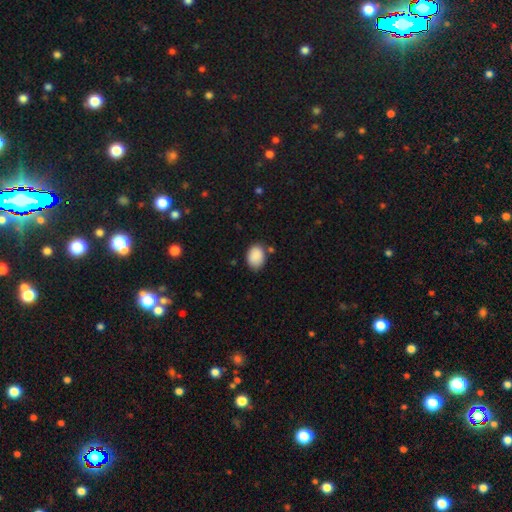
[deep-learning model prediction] smooth 89%, star or artifact 7%, featured or disk 4%. Down the decision tree: how rounded — in between (72%); merging — none (74%).